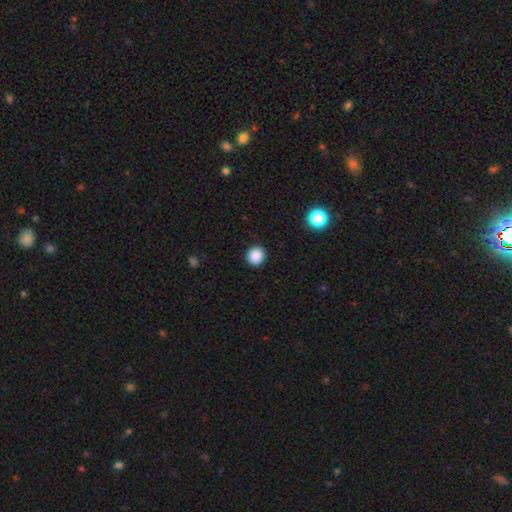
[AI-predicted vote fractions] A smooth galaxy with no disk features (88%) that is round (88%). Merging: none (91%).